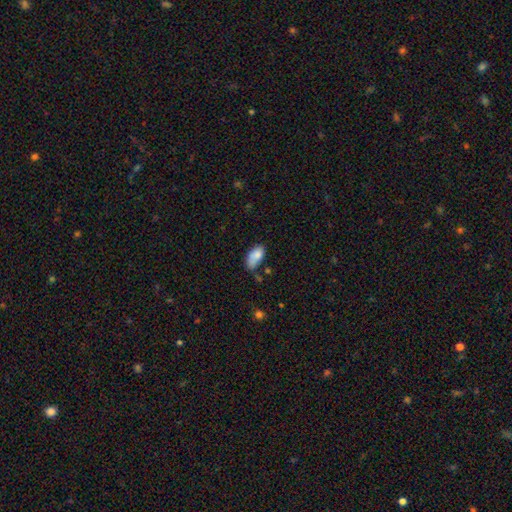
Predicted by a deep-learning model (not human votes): This is clearly a smooth galaxy (80%). How rounded: clearly in between (92%). Merging: marginally none (42%).